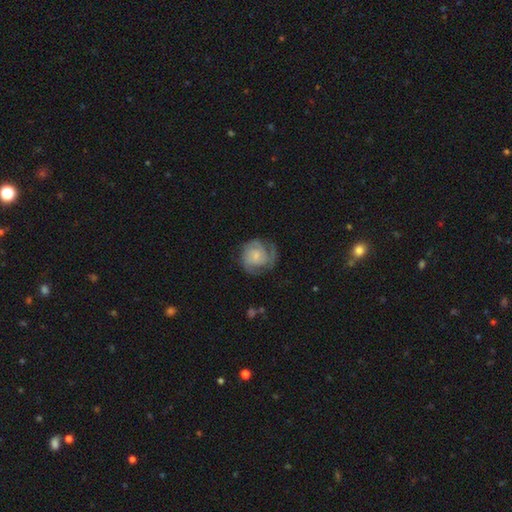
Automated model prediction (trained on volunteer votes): smooth-or-featured: featured or disk: 68% | smooth: 26% | star or artifact: 6%
  disk-edge-on: no: 98% | yes: 2%
    bar: no: 71% | weak: 25% | strong: 4%
    has-spiral-arms: yes: 91% | no: 9%
      spiral-winding: tight: 50% | medium: 37% | loose: 13%
      spiral-arm-count: 2: 35% | can't tell: 25% | 3: 24% | 1: 7% | 4: 5% | more than 4: 4%
    bulge-size: small: 59% | moderate: 25% | none: 11% | large: 4% | dominant: 1%
  merging: none: 61% | minor disturbance: 22% | major disturbance: 16% | merger: 1%